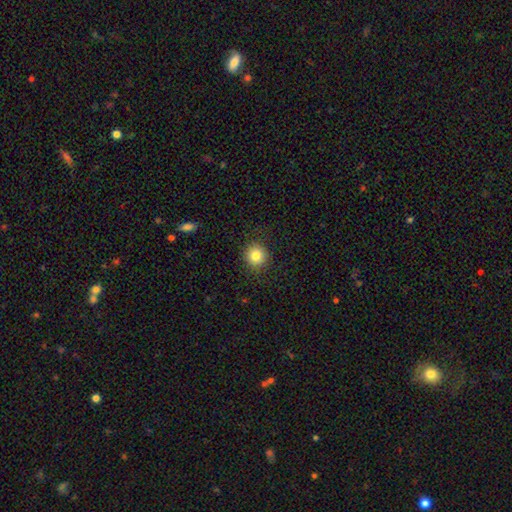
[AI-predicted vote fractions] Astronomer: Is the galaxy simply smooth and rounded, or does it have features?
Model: smooth — 83%.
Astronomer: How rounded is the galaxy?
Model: round — 91%.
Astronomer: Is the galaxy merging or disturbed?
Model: none — 90%.